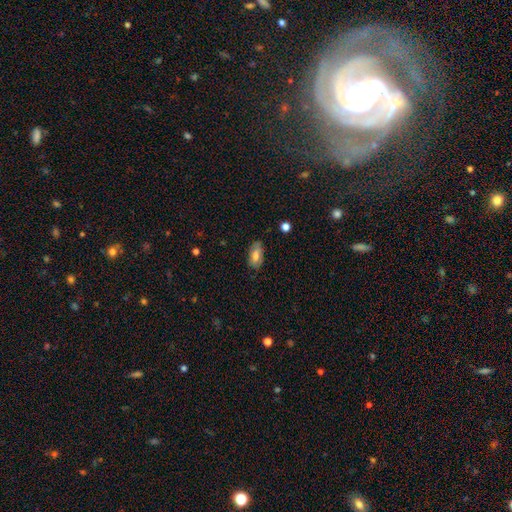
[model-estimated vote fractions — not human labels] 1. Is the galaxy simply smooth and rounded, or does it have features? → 70% smooth, 22% featured or disk, 8% star or artifact.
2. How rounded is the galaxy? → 90% in between, 6% cigar-shaped, 4% round.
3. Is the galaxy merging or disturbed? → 79% none, 16% minor disturbance, 3% major disturbance, 1% merger.